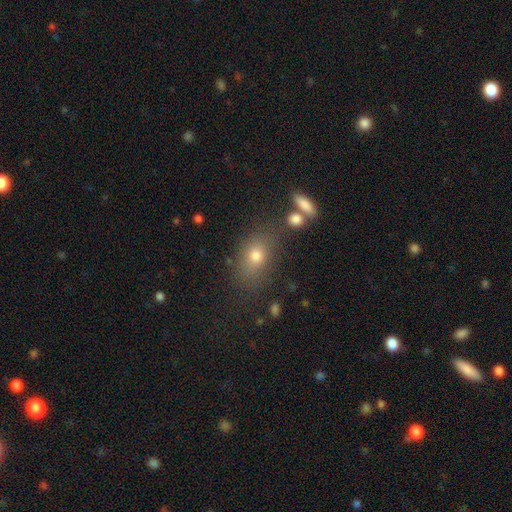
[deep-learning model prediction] smooth_or_featured: smooth (p=0.66) [alt: star or artifact p=0.20]
how_rounded: in between (p=0.71) [alt: round p=0.25]
merging: none (p=0.73) [alt: minor disturbance p=0.13]